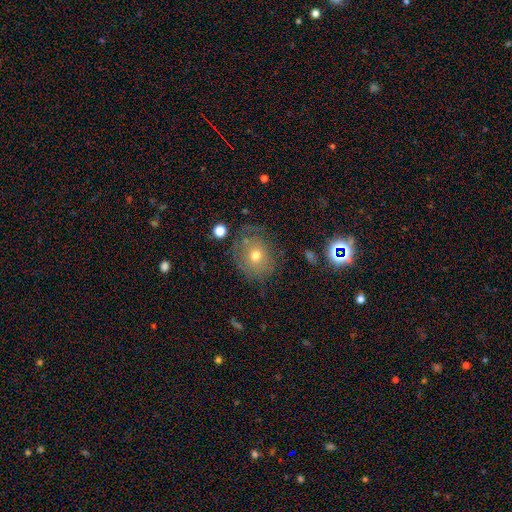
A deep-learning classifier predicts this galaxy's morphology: Smooth or featured: smooth — 60% (featured or disk — 26%)
How rounded: round — 75% (in between — 24%)
Merging: none — 66% (minor disturbance — 20%)